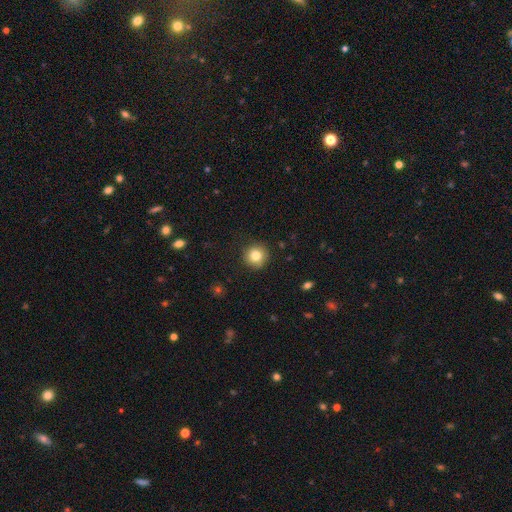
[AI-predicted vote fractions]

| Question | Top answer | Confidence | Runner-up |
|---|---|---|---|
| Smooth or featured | smooth | 82% | star or artifact (10%) |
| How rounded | round | 94% | in between (5%) |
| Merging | none | 90% | minor disturbance (7%) |